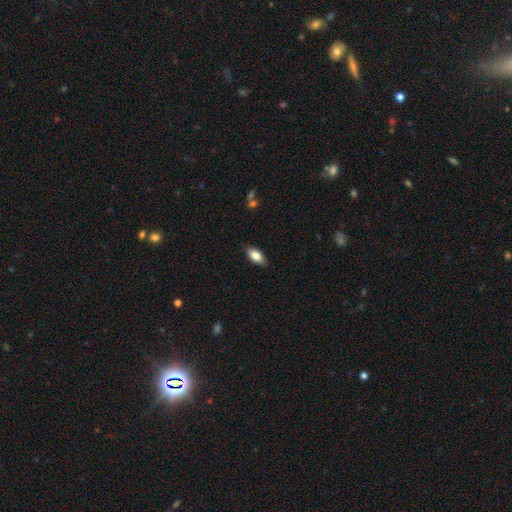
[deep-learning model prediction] Overall: smooth (79%). How rounded: in between (87%). Merging: none (85%).